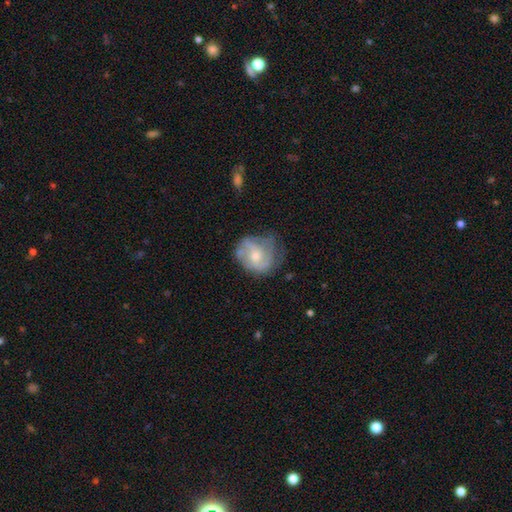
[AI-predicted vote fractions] A featured or disk galaxy (62%) with no bar (66%), spiral arms (77%) and a moderate central bulge (51%). Merging: none (50%).